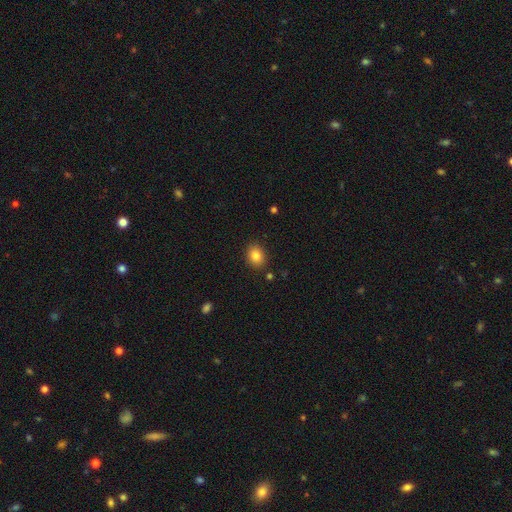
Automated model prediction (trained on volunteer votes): Morphology: type=smooth (84%); roundness=round (56%); merging=none (87%).